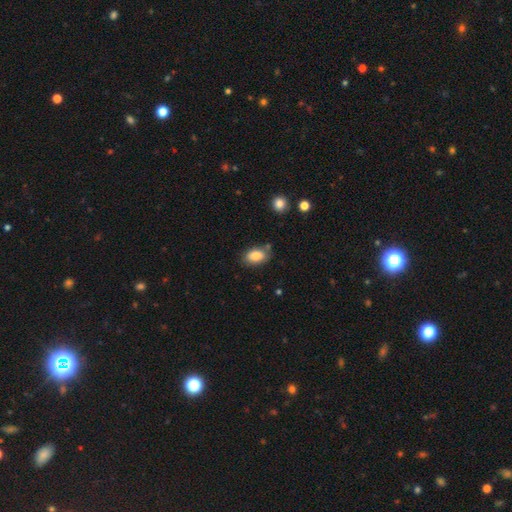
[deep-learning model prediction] smooth_or_featured: smooth (p=0.83) [alt: featured or disk p=0.09]
how_rounded: in between (p=0.89) [alt: round p=0.09]
merging: none (p=0.76) [alt: minor disturbance p=0.15]